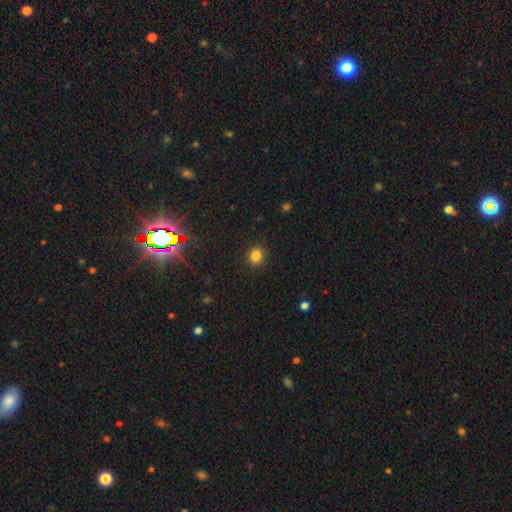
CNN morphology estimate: smooth_or_featured: smooth (p=0.82) [alt: star or artifact p=0.13]
how_rounded: round (p=0.83) [alt: in between p=0.16]
merging: none (p=0.90) [alt: minor disturbance p=0.06]